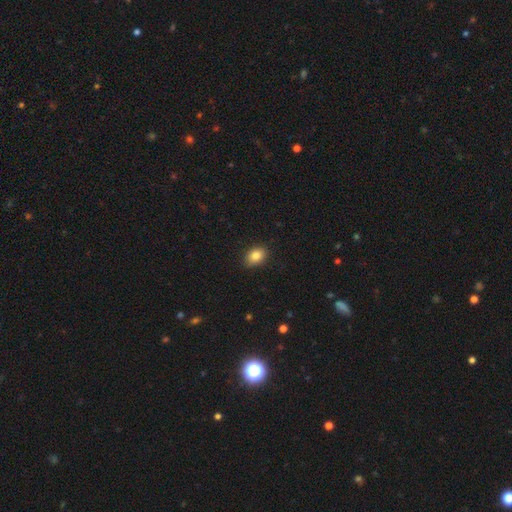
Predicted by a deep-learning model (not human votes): This is clearly a smooth galaxy (85%). How rounded: likely in between (76%). Merging: clearly none (87%).